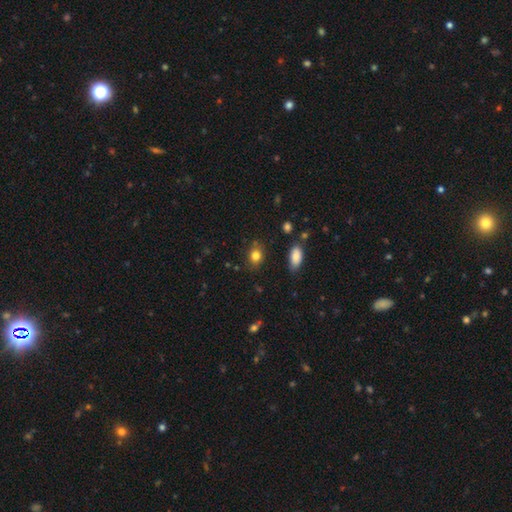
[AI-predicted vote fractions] The model was most divided on "how rounded": in between: 50%, round: 48%, cigar-shaped: 1%. More confident: smooth or featured — smooth (82%); merging — none (78%).